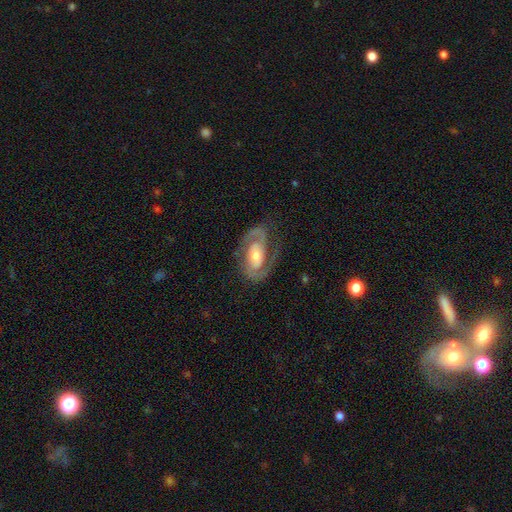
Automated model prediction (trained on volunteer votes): This appears to be a featured or disk galaxy (89%) with no bar (48%), 2 (91%) medium (49%) spiral arms (97%) and a moderate central bulge (54%). Merging: none (76%).